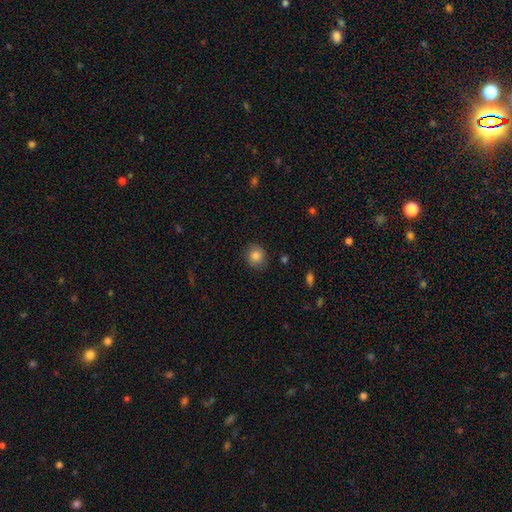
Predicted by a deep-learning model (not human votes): Smooth or featured?
  - smooth: 84% *
  - star or artifact: 10%
  - featured or disk: 7%
How rounded?
  - round: 83% *
  - in between: 16%
  - cigar-shaped: 1%
Merging?
  - none: 86% *
  - minor disturbance: 10%
  - major disturbance: 2%
  - merger: 1%